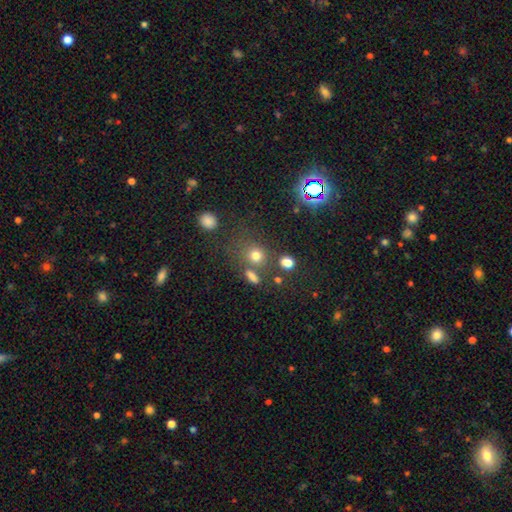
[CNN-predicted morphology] This is likely a smooth galaxy (74%). How rounded: likely round (75%). Merging: likely none (63%).